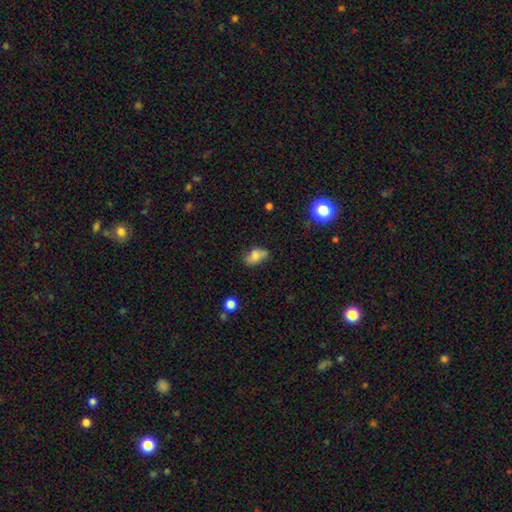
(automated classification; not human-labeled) Overall: smooth (72%). How rounded: in between (87%). Merging: none (57%; minor disturbance 29%).